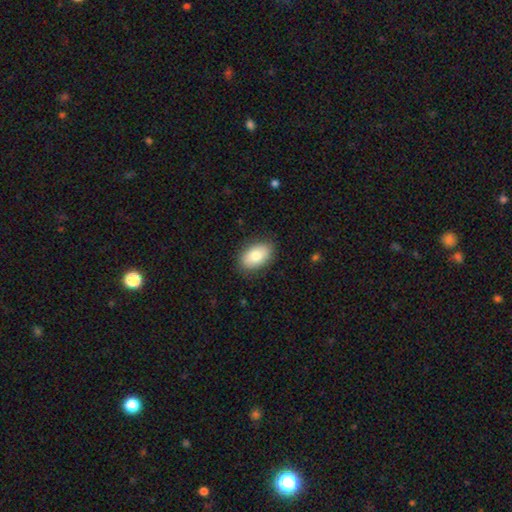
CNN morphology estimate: A smooth galaxy with no disk features (81%) that is in between round and cigar-shaped (90%).

Vote fractions:
- Smooth or featured? smooth: 81% / featured or disk: 13% / star or artifact: 7%
- How rounded? in between: 90% / round: 9% / cigar-shaped: 1%
- Merging? none: 86% / minor disturbance: 11% / major disturbance: 3% / merger: 1%